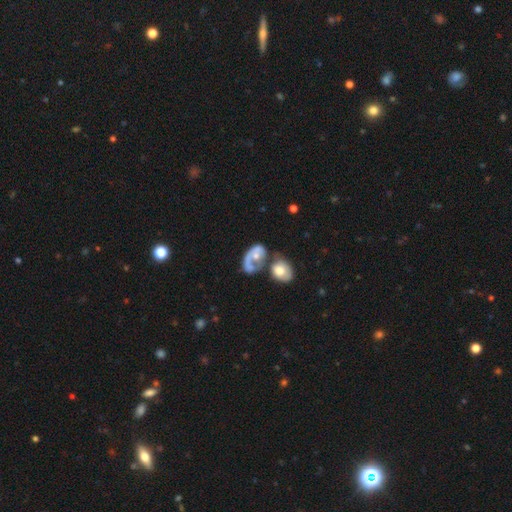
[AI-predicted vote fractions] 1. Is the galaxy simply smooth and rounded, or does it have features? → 49% featured or disk, 44% smooth, 7% star or artifact.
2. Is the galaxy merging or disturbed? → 51% merger, 23% major disturbance, 15% none, 11% minor disturbance.